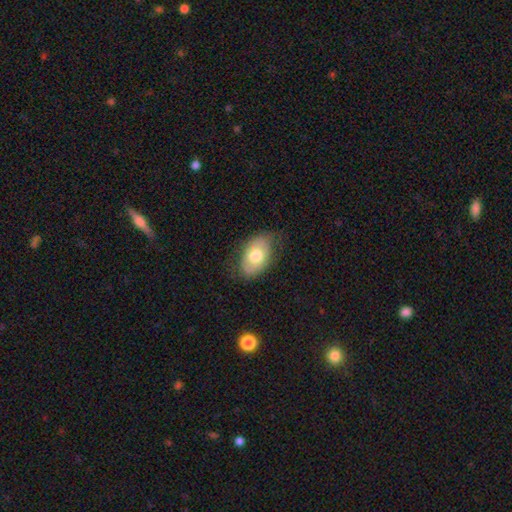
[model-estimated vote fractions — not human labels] Smooth or featured? smooth (67%)
How rounded? in between (91%)
Merging? none (72%)